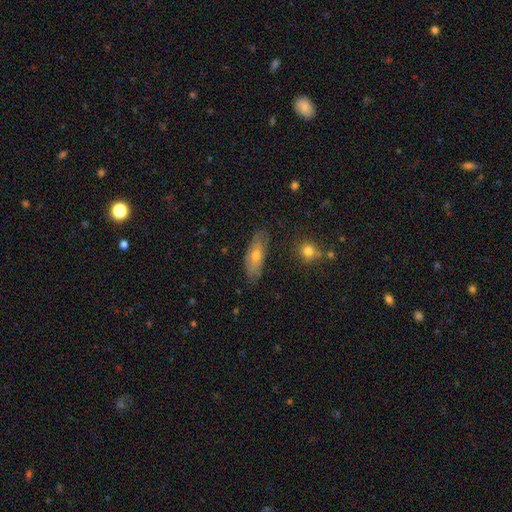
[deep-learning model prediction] This appears to be a smooth galaxy with no disk features (53%) that is in between round and cigar-shaped (65%). Merging: none (80%).